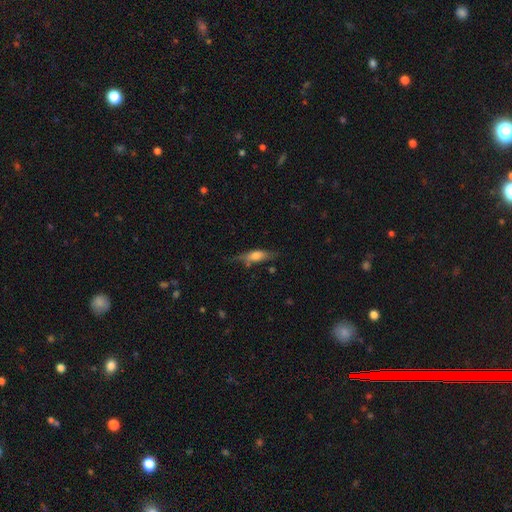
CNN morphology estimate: This appears to be a smooth galaxy with no disk features (53%) that is cigar-shaped (58%). Merging: none (68%).